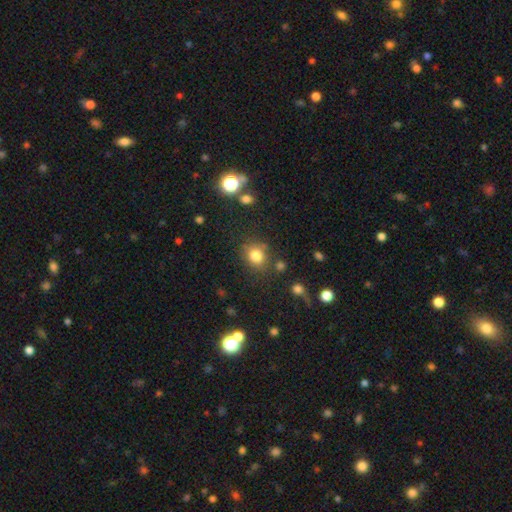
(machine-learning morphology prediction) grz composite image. It shows a smooth galaxy with no disk features (80%) that is round (69%). Merging: none (77%).